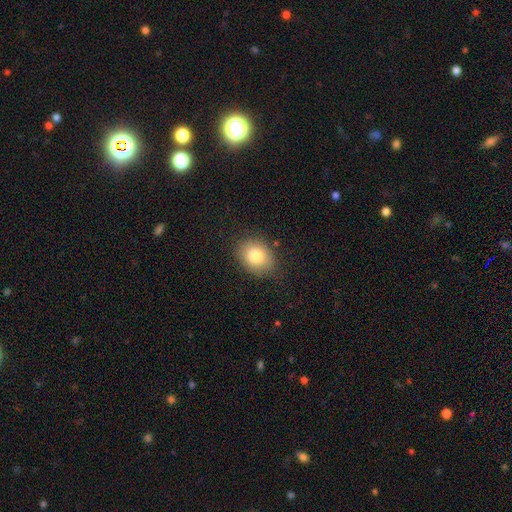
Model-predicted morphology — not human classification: Overall: smooth (81%). How rounded: in between (59%; round 40%). Merging: none (82%).